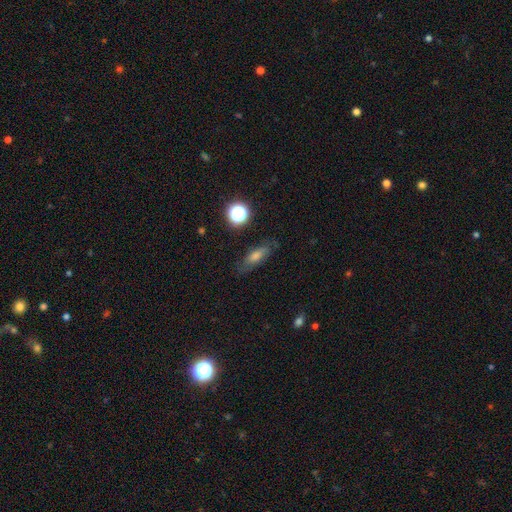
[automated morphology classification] smooth-or-featured: smooth: 51% | featured or disk: 30% | star or artifact: 19%
  how-rounded: in between: 50% | cigar-shaped: 41% | round: 9%
  merging: none: 77% | minor disturbance: 16% | major disturbance: 5% | merger: 2%